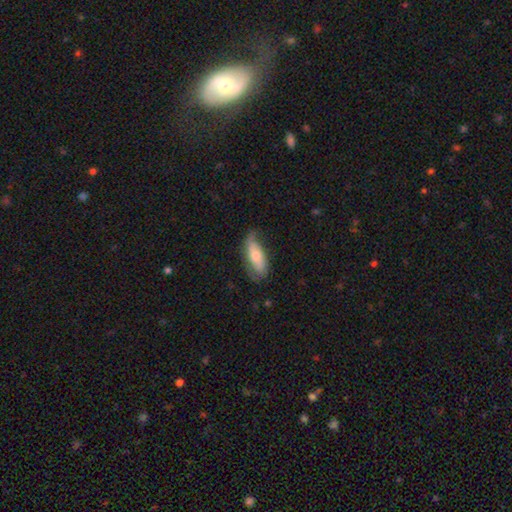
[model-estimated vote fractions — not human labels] Smooth or featured? smooth (54%)
How rounded? in between (76%)
Merging? none (56%)